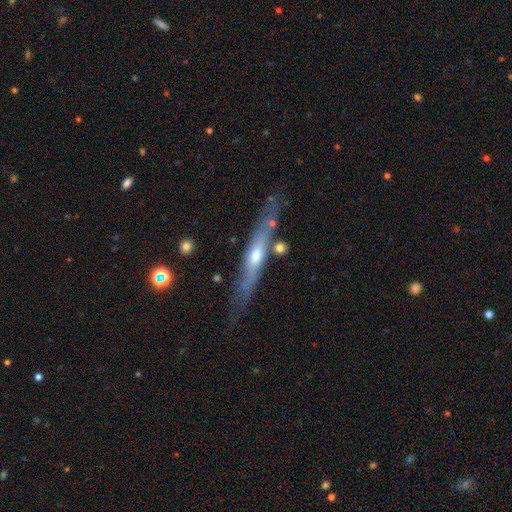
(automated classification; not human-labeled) featured or disk 68%, smooth 26%, star or artifact 6%. Down the decision tree: edge-on disk — yes (82%); edge-on bulge — rounded (74%); merging — none (69%).